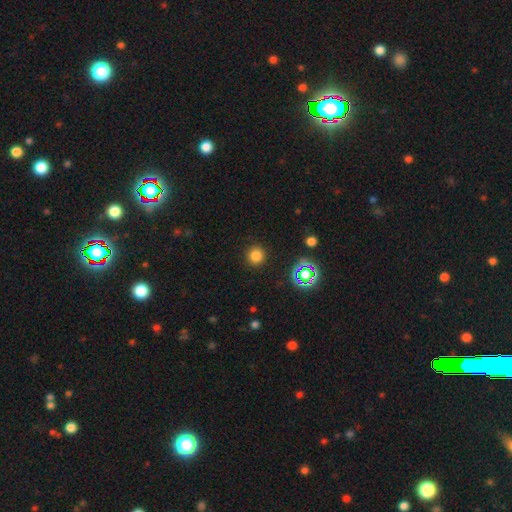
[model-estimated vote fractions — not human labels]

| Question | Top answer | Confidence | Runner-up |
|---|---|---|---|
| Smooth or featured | smooth | 79% | star or artifact (17%) |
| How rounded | round | 94% | in between (6%) |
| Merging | none | 91% | minor disturbance (6%) |